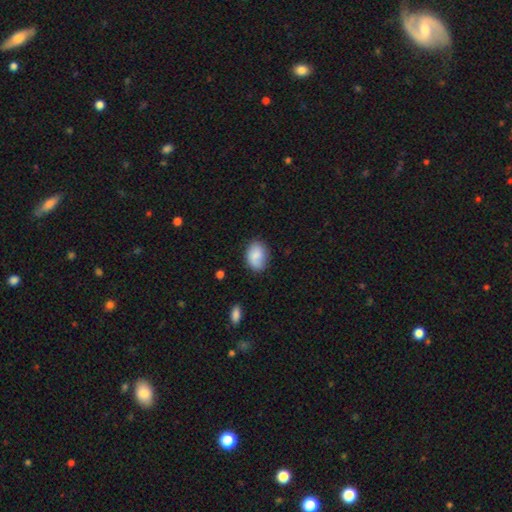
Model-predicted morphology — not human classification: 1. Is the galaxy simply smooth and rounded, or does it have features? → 83% smooth, 10% featured or disk, 7% star or artifact.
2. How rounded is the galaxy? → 79% in between, 20% round, 1% cigar-shaped.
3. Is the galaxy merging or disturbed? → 73% none, 20% minor disturbance, 4% major disturbance, 2% merger.